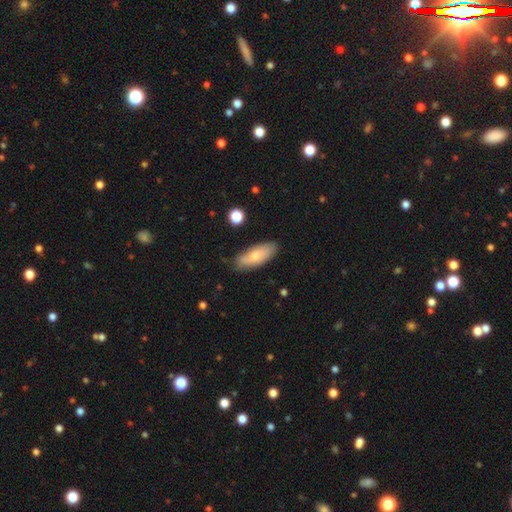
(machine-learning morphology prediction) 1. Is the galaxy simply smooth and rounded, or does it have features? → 68% smooth, 26% featured or disk, 6% star or artifact.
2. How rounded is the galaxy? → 75% in between, 22% cigar-shaped, 2% round.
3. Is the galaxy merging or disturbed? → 81% none, 15% minor disturbance, 3% major disturbance, 2% merger.